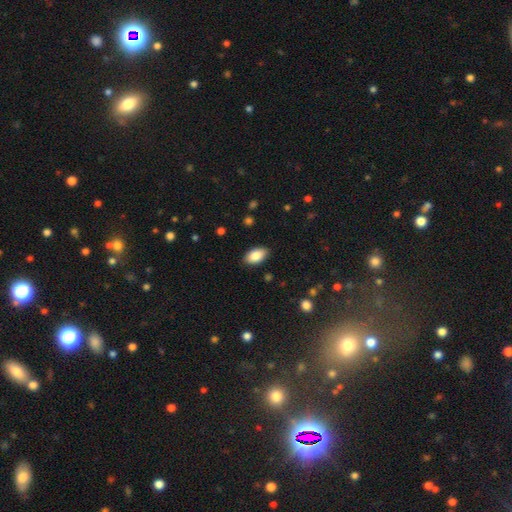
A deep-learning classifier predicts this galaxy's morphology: The model was most divided on "merging": none: 87%, minor disturbance: 10%, major disturbance: 2%, merger: 1%. More confident: how rounded — in between (94%); smooth or featured — smooth (87%).